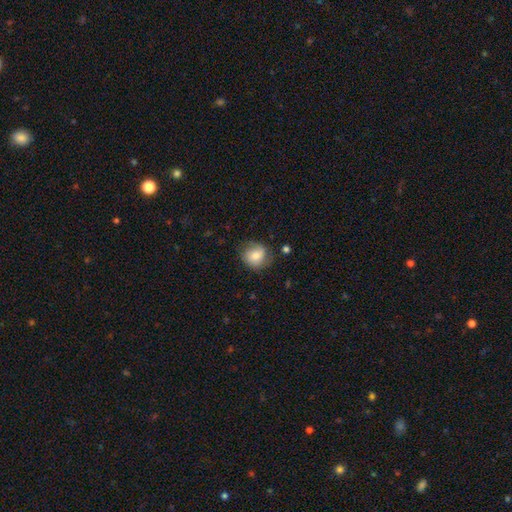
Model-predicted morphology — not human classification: type=smooth (74%); roundness=round (78%); merging=none (70%).